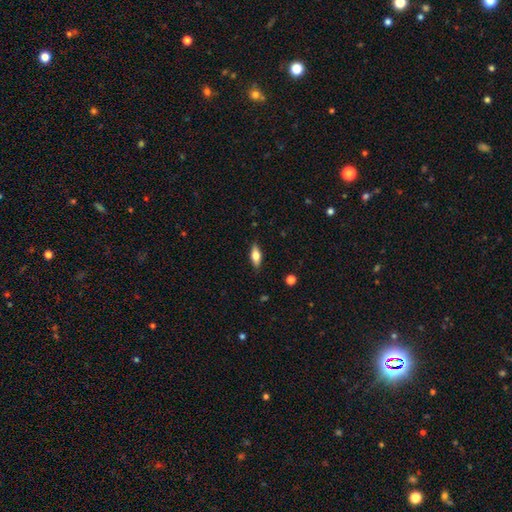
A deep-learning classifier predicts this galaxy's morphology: A smooth galaxy with no disk features (60%) that is in between round and cigar-shaped (71%).

Vote fractions:
- Smooth or featured? smooth: 60% / featured or disk: 33% / star or artifact: 7%
- How rounded? in between: 71% / cigar-shaped: 25% / round: 3%
- Merging? none: 86% / minor disturbance: 11% / major disturbance: 2% / merger: 1%